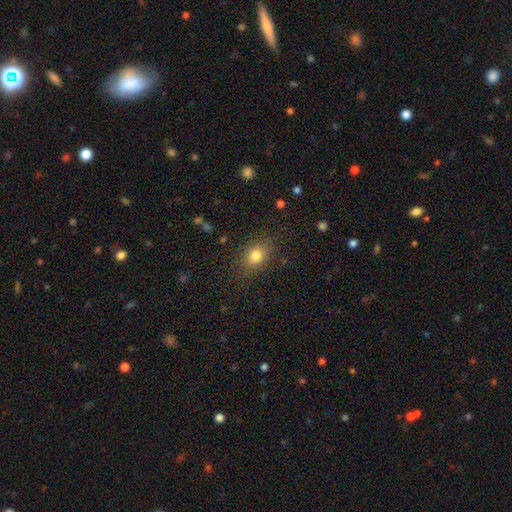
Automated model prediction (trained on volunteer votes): This appears to be a smooth galaxy with no disk features (80%) that is in between round and cigar-shaped (62%). Merging: none (82%).